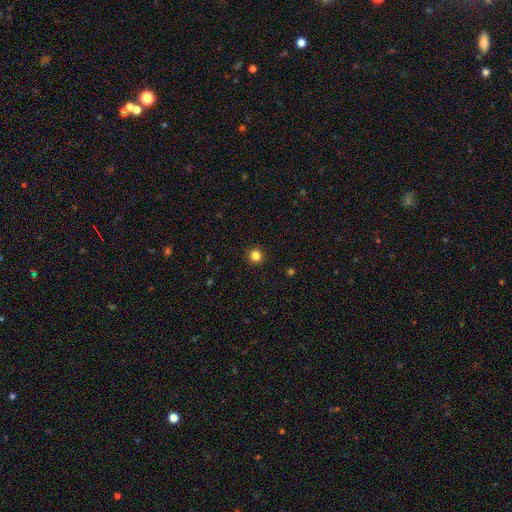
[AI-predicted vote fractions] Morphology: type=smooth (83%); roundness=round (95%); merging=none (93%).